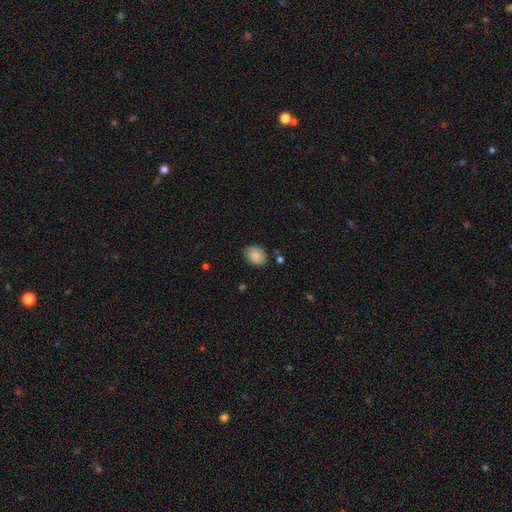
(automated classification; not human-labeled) A smooth galaxy with no disk features (87%) that is in between round and cigar-shaped (72%). Merging: none (80%).